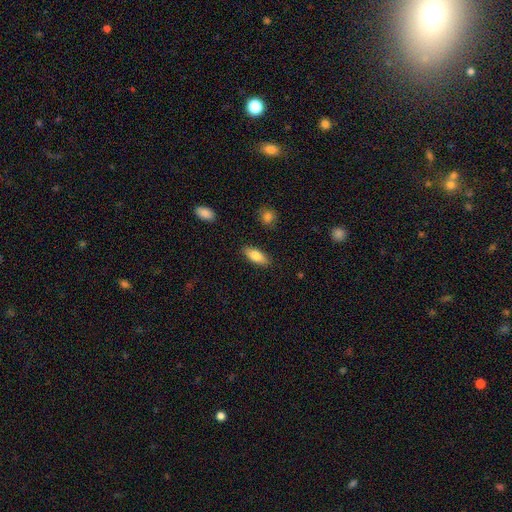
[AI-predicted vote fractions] Overall: smooth (81%). How rounded: in between (78%). Merging: none (87%).